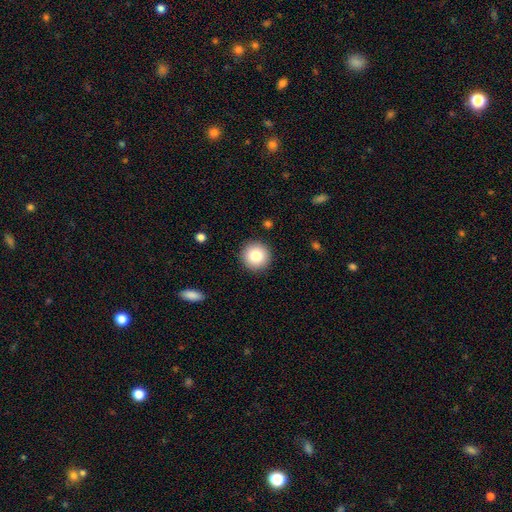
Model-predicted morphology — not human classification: This is clearly a smooth galaxy (81%). How rounded: clearly round (95%). Merging: clearly none (91%).